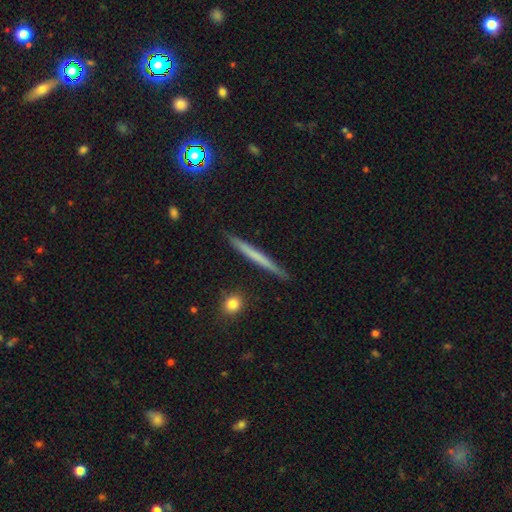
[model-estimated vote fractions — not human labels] Q: Smooth or featured?
A: smooth (51%); runner-up: featured or disk (43%)
Q: How rounded?
A: cigar-shaped (97%); runner-up: in between (2%)
Q: Merging?
A: none (91%); runner-up: minor disturbance (7%)